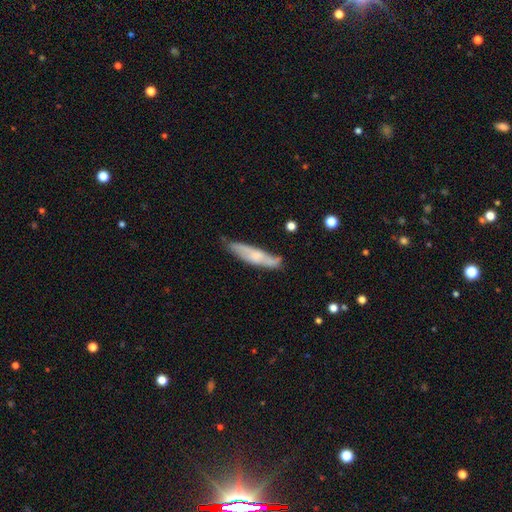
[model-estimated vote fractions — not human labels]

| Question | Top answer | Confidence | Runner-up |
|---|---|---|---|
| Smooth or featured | smooth | 52% | featured or disk (42%) |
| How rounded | cigar-shaped | 77% | in between (21%) |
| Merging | none | 68% | minor disturbance (25%) |